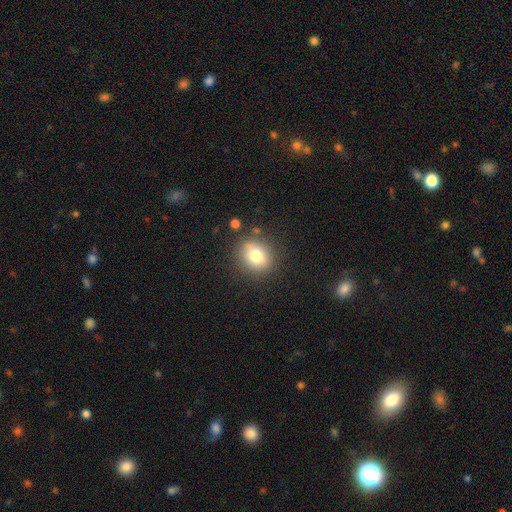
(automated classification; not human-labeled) smooth_or_featured: smooth (p=0.76) [alt: featured or disk p=0.13]
how_rounded: round (p=0.61) [alt: in between p=0.38]
merging: none (p=0.82) [alt: minor disturbance p=0.11]